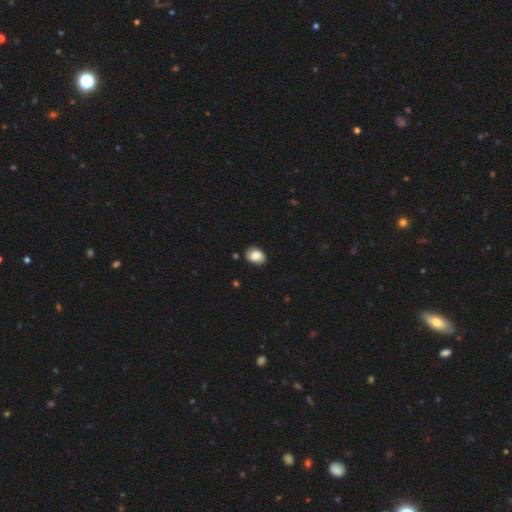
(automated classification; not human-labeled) A smooth galaxy with no disk features (75%) that is in between round and cigar-shaped (70%). Merging: none (81%).